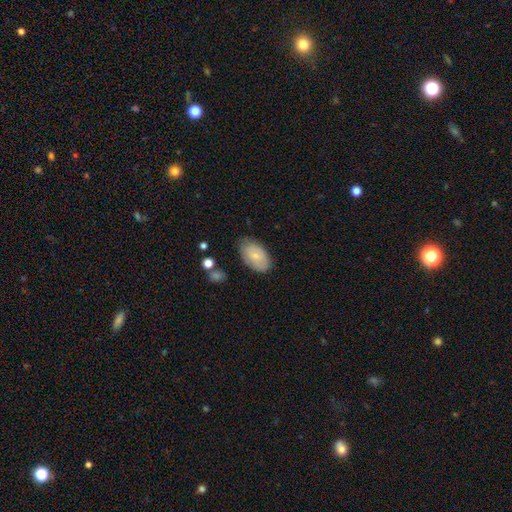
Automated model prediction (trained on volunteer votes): This appears to be a smooth galaxy with no disk features (70%) that is in between round and cigar-shaped (93%). Merging: none (72%).